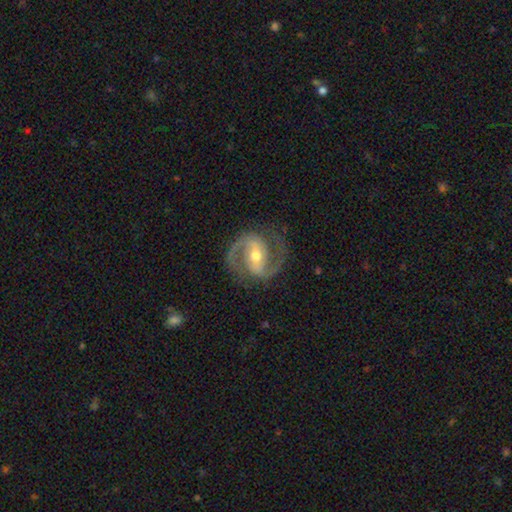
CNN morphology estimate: smooth-or-featured: featured or disk: 92% | star or artifact: 4% | smooth: 4%
  disk-edge-on: no: 98% | yes: 2%
    bar: strong: 43% | weak: 38% | no: 19%
    has-spiral-arms: yes: 98% | no: 2%
      spiral-winding: medium: 63% | tight: 24% | loose: 13%
      spiral-arm-count: 2: 94% | can't tell: 2% | 3: 1% | 1: 1% | 4: 1% | more than 4: 1%
    bulge-size: moderate: 64% | small: 31% | large: 3% | none: 1% | dominant: 1%
  merging: none: 82% | minor disturbance: 12% | major disturbance: 5% | merger: 1%